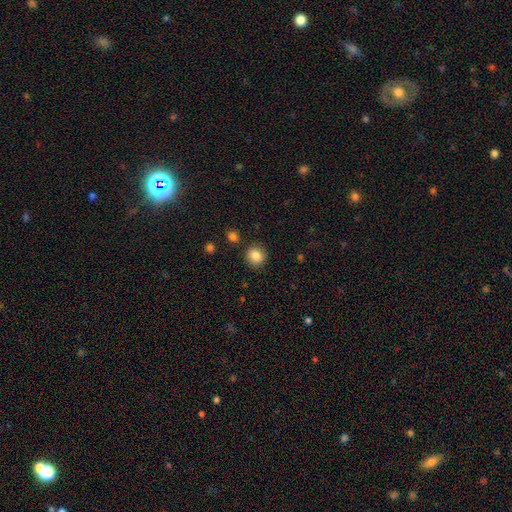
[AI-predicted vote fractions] Q: Smooth or featured?
A: smooth (85%); runner-up: star or artifact (10%)
Q: How rounded?
A: round (85%); runner-up: in between (14%)
Q: Merging?
A: none (87%); runner-up: minor disturbance (8%)